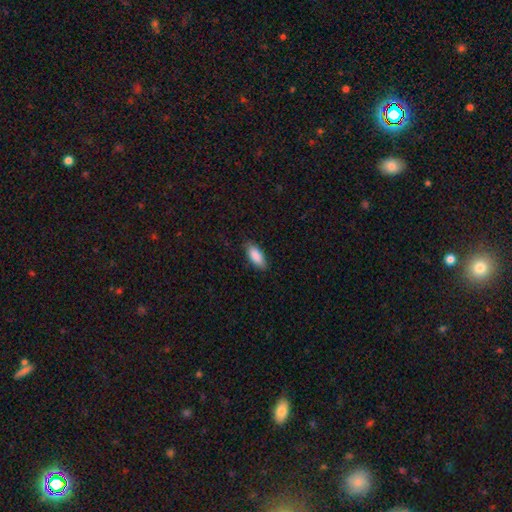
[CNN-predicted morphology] type=smooth (88%); roundness=in between (84%); merging=none (81%).